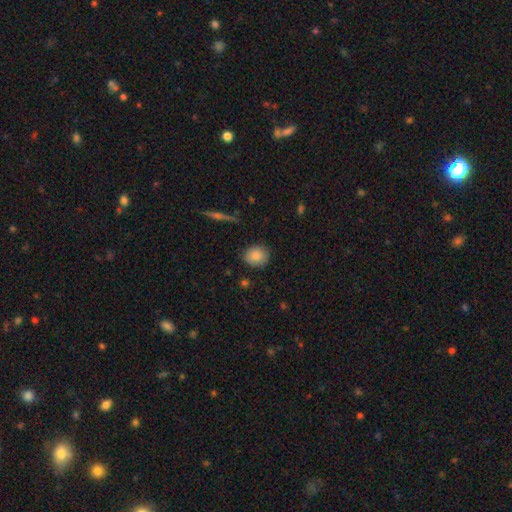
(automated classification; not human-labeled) smooth-or-featured: smooth: 86% | star or artifact: 8% | featured or disk: 6%
  how-rounded: round: 72% | in between: 27% | cigar-shaped: 1%
  merging: none: 86% | minor disturbance: 10% | major disturbance: 2% | merger: 1%